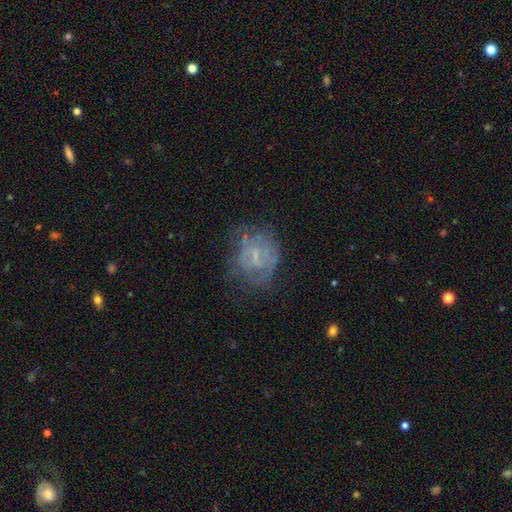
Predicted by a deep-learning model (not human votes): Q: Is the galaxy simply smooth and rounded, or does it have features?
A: featured or disk — 53%.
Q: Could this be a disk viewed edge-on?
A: no — 97%.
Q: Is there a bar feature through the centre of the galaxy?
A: no — 50%.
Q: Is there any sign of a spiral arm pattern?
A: no — 52%.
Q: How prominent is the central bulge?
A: small — 48%.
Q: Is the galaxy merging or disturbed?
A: none — 60%.